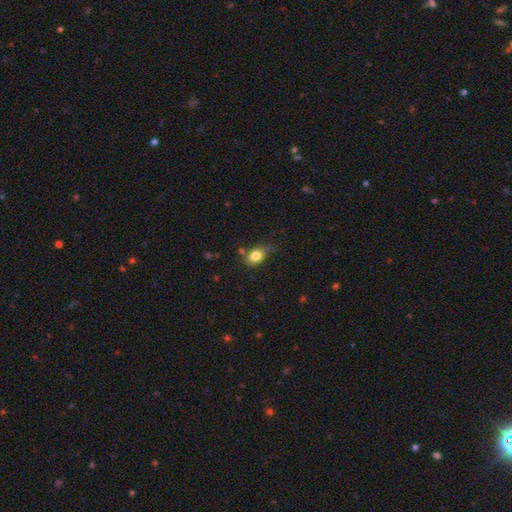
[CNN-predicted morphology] A smooth galaxy with no disk features (80%) that is in between round and cigar-shaped (67%). Merging: none (49%).